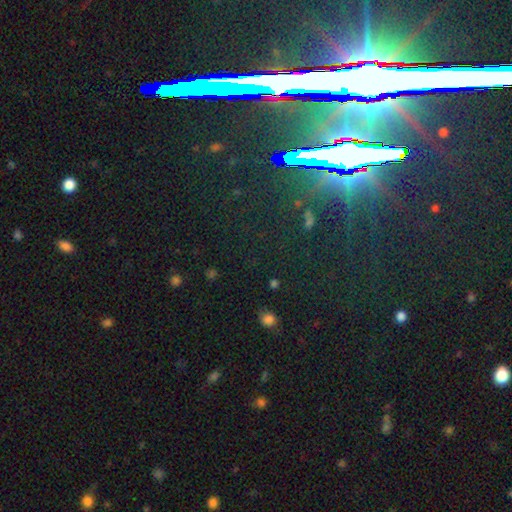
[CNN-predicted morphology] Smooth or featured?
  - star or artifact: 77% *
  - featured or disk: 12%
  - smooth: 11%